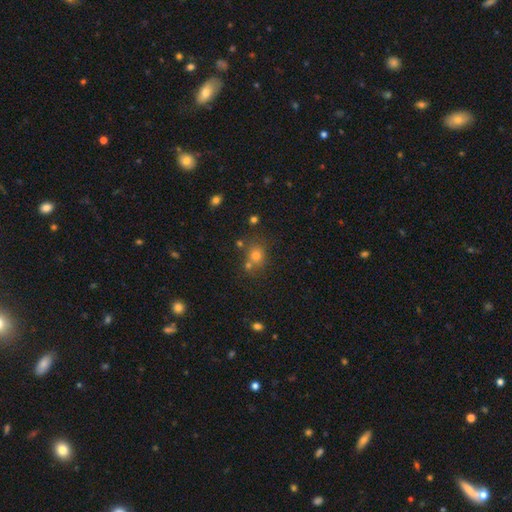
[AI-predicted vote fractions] The model was most divided on "merging": none: 62%, merger: 23%, minor disturbance: 10%, major disturbance: 4%. More confident: how rounded — round (79%); smooth or featured — smooth (65%).